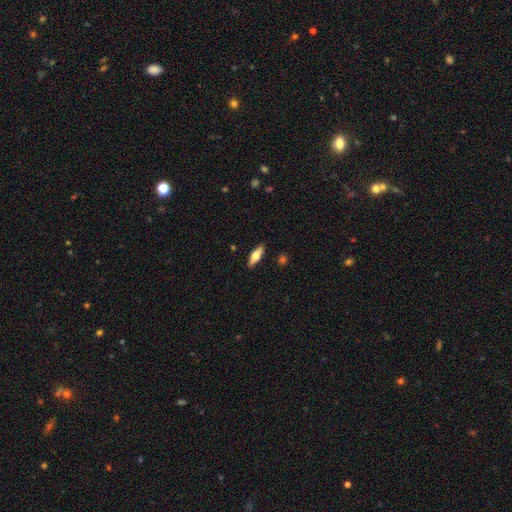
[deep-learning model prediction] Smooth or featured? smooth (53%)
How rounded? in between (58%)
Merging? none (89%)